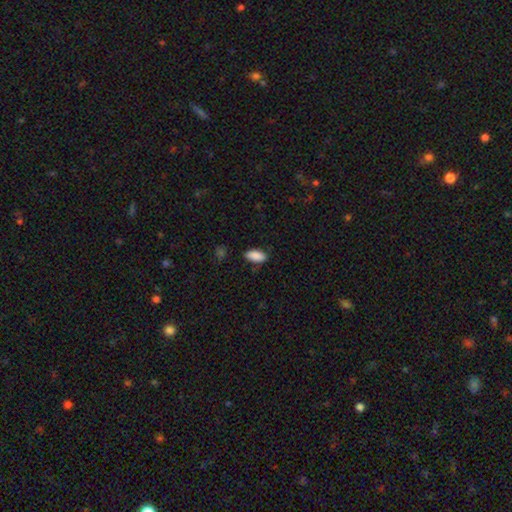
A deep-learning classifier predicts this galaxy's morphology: Overall: smooth (89%). How rounded: in between (88%). Merging: none (84%).